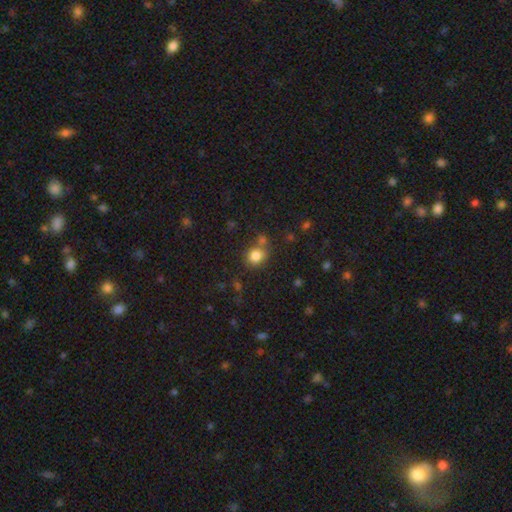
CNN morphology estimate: The model was most divided on "merging": none: 68%, merger: 16%, minor disturbance: 12%, major disturbance: 4%. More confident: smooth or featured — smooth (82%); how rounded — round (77%).